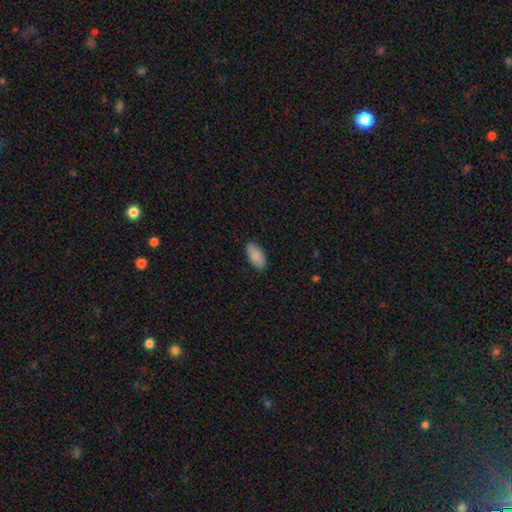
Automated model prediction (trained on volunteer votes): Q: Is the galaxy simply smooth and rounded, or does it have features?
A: smooth — 88%.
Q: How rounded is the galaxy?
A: in between — 91%.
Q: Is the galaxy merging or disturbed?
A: none — 88%.